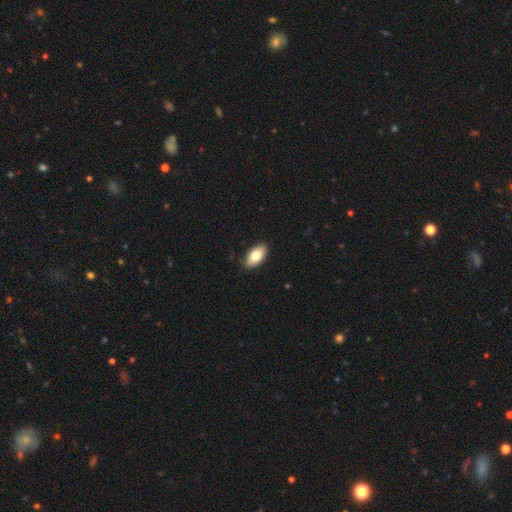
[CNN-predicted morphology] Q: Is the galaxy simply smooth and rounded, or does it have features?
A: smooth — 80%.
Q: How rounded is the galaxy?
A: in between — 94%.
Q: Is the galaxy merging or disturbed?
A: none — 89%.